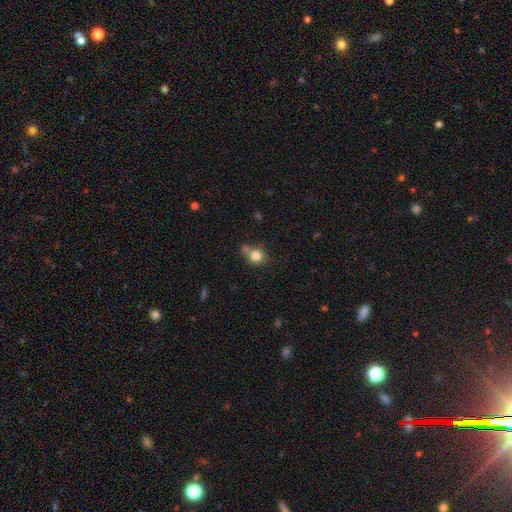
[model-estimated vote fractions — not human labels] Smooth or featured? smooth (80%)
How rounded? round (78%)
Merging? none (56%)